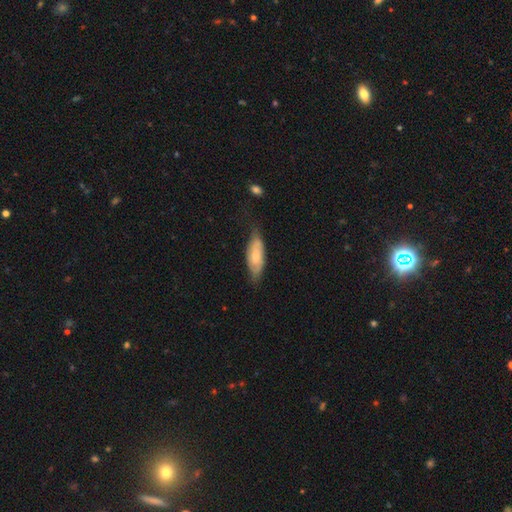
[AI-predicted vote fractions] Smooth or featured: smooth — 61% (featured or disk — 33%)
How rounded: in between — 69% (cigar-shaped — 29%)
Merging: none — 61% (minor disturbance — 30%)